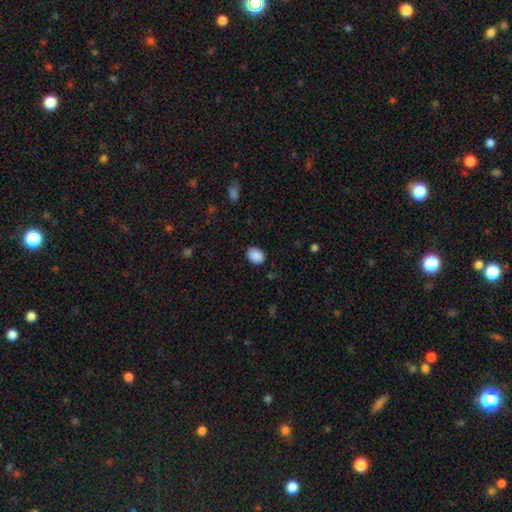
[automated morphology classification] Q: Smooth or featured?
A: smooth (89%); runner-up: star or artifact (8%)
Q: How rounded?
A: in between (59%); runner-up: round (40%)
Q: Merging?
A: none (86%); runner-up: minor disturbance (11%)